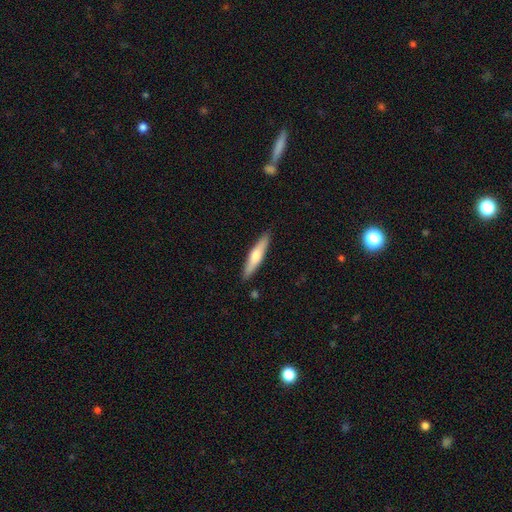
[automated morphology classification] The model was most divided on "smooth or featured": smooth: 54%, featured or disk: 41%, star or artifact: 5%. More confident: merging — none (90%); how rounded — cigar-shaped (84%).